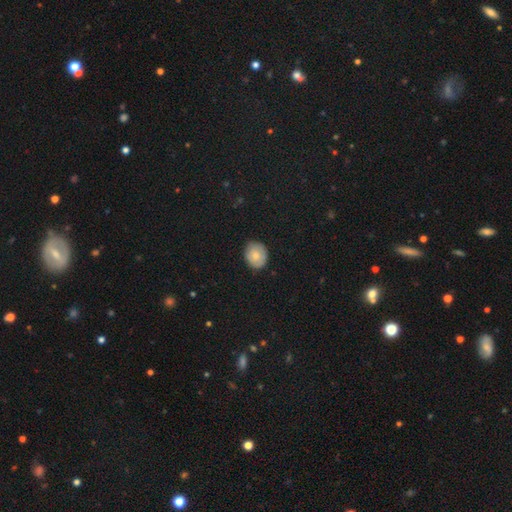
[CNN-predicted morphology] Smooth or featured: smooth — 76% (featured or disk — 17%)
How rounded: round — 58% (in between — 41%)
Merging: none — 77% (minor disturbance — 19%)